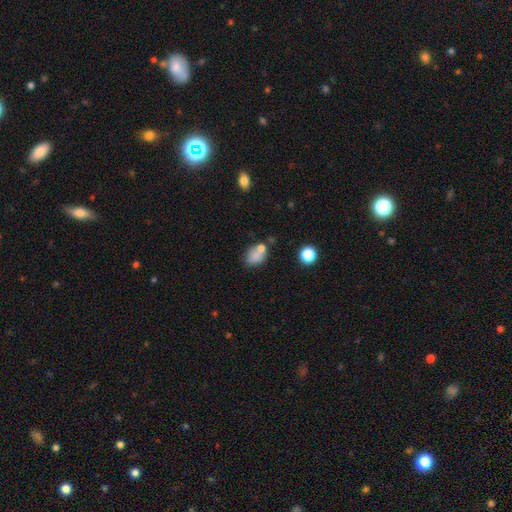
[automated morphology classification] Smooth or featured? Predicted: smooth (p=0.76). How rounded? Predicted: in between (p=0.66). Merging? Predicted: none (p=0.49).